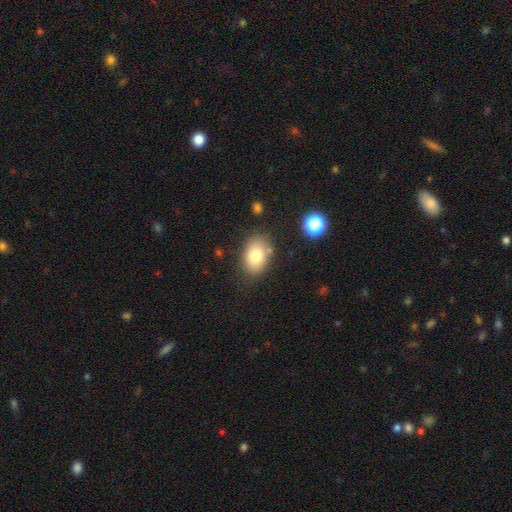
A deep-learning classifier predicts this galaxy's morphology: smooth_or_featured: smooth (p=0.79) [alt: featured or disk p=0.13]
how_rounded: in between (p=0.84) [alt: round p=0.15]
merging: none (p=0.75) [alt: minor disturbance p=0.16]